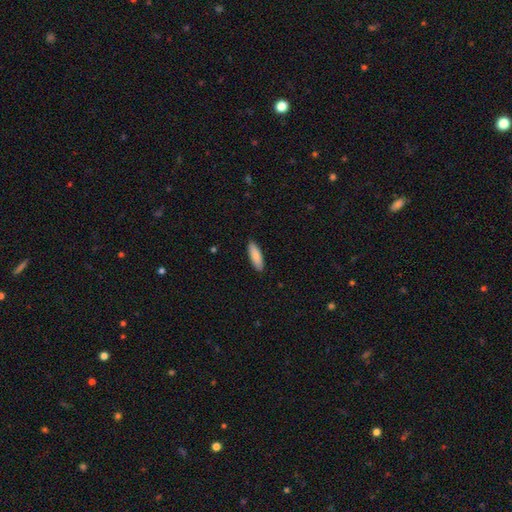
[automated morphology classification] This appears to be a smooth galaxy with no disk features (85%) that is in between round and cigar-shaped (56%). Merging: none (89%).